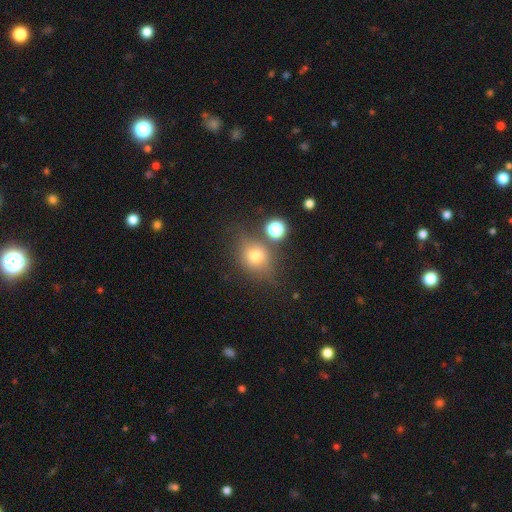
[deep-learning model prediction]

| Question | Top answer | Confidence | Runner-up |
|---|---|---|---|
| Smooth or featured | smooth | 68% | star or artifact (17%) |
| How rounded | round | 66% | in between (32%) |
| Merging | none | 66% | minor disturbance (17%) |